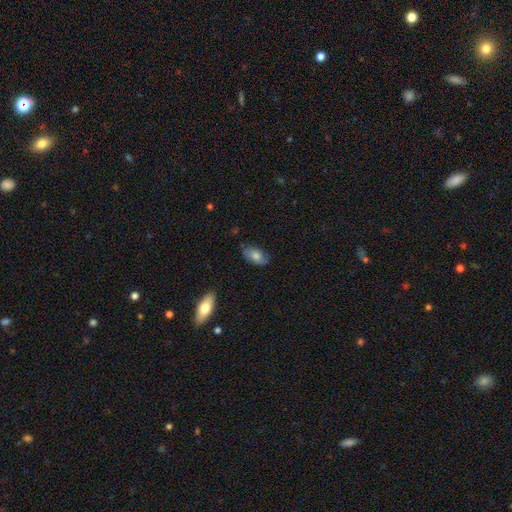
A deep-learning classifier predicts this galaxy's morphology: Smooth or featured?
  - smooth: 76% *
  - featured or disk: 17%
  - star or artifact: 7%
How rounded?
  - in between: 92% *
  - round: 4%
  - cigar-shaped: 4%
Merging?
  - none: 72% *
  - minor disturbance: 22%
  - major disturbance: 4%
  - merger: 2%